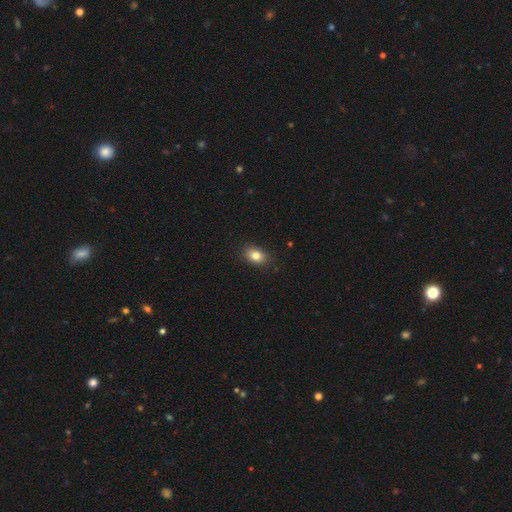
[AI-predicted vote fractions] Smooth or featured? Predicted: smooth (p=0.83). How rounded? Predicted: in between (p=0.78). Merging? Predicted: none (p=0.87).